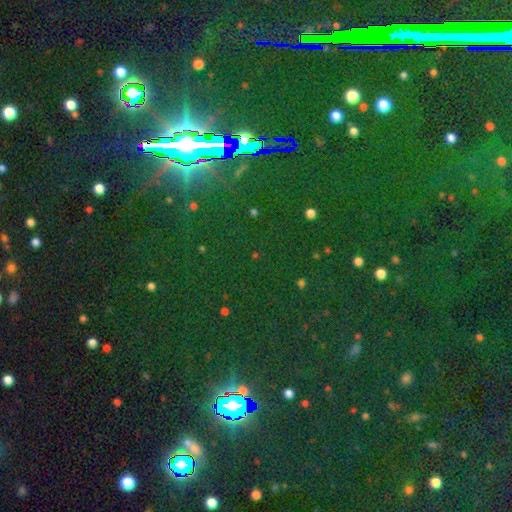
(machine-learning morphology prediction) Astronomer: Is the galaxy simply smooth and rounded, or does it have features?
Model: star or artifact — 78%.